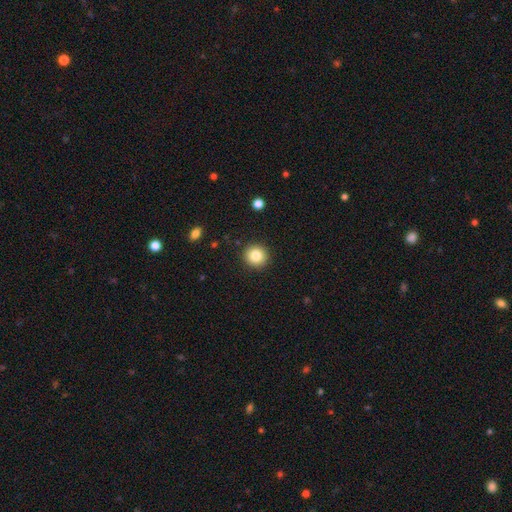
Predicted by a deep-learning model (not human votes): smooth 83%, star or artifact 10%, featured or disk 7%. Down the decision tree: how rounded — round (93%); merging — none (91%).